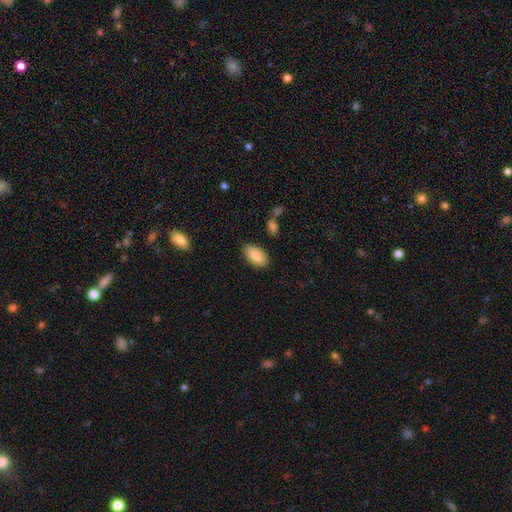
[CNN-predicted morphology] Smooth or featured? Predicted: smooth (p=0.86). How rounded? Predicted: in between (p=0.94). Merging? Predicted: none (p=0.86).